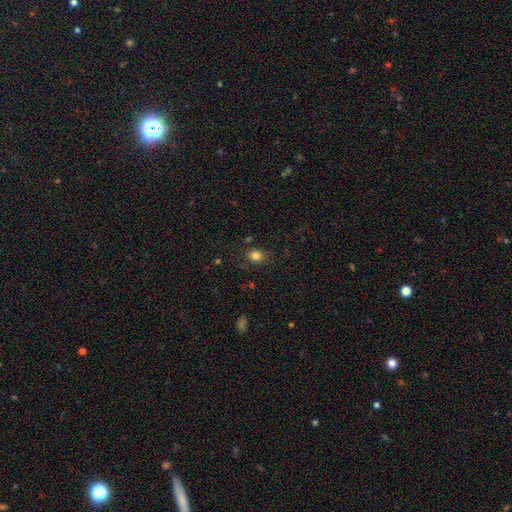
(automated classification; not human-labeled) Morphology: type=smooth (81%); roundness=round (62%); merging=none (79%).